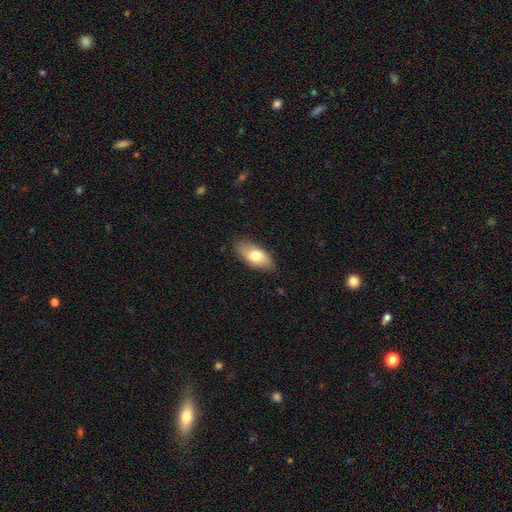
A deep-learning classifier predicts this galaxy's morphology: A smooth galaxy with no disk features (69%) that is in between round and cigar-shaped (88%).

Vote fractions:
- Smooth or featured? smooth: 69% / featured or disk: 25% / star or artifact: 6%
- How rounded? in between: 88% / cigar-shaped: 9% / round: 3%
- Merging? none: 82% / minor disturbance: 14% / major disturbance: 3% / merger: 1%